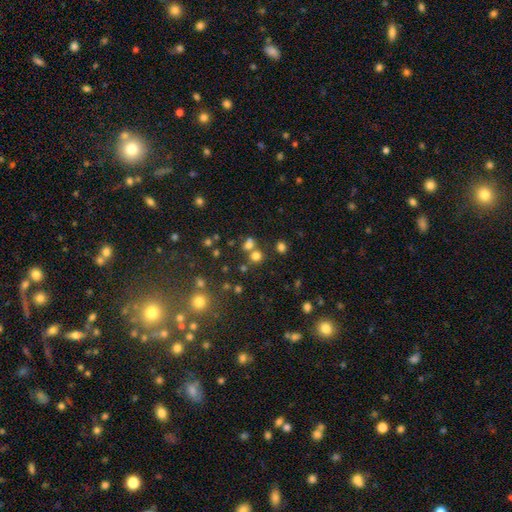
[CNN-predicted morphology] The model was most divided on "merging": none: 62%, merger: 27%, minor disturbance: 8%, major disturbance: 4%. More confident: how rounded — round (82%); smooth or featured — smooth (69%).